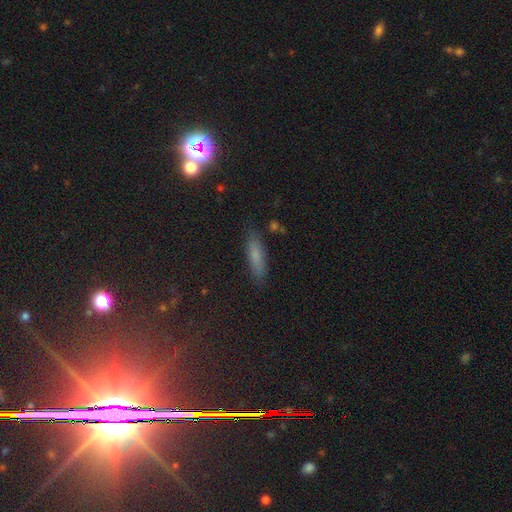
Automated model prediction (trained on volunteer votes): A smooth galaxy with no disk features (68%) that is cigar-shaped (66%).

Vote fractions:
- Smooth or featured? smooth: 68% / star or artifact: 17% / featured or disk: 15%
- How rounded? cigar-shaped: 66% / in between: 31% / round: 3%
- Merging? none: 83% / minor disturbance: 12% / major disturbance: 3% / merger: 2%